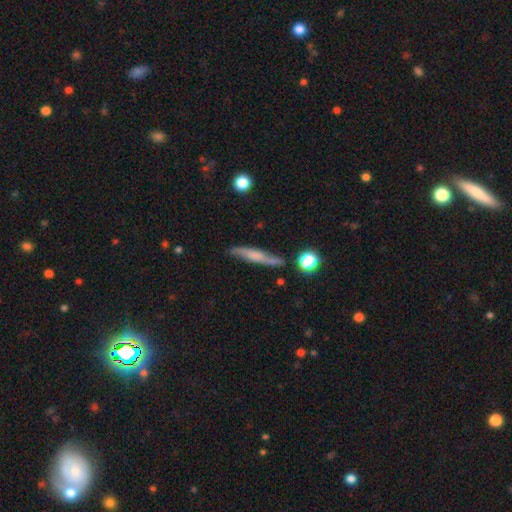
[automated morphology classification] The model was most divided on "smooth or featured": featured or disk: 49%, smooth: 43%, star or artifact: 8%. More confident: merging — none (77%).